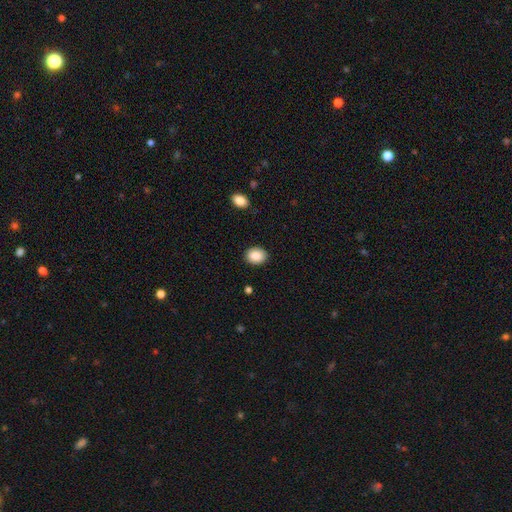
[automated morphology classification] A smooth galaxy with no disk features (88%) that is in between round and cigar-shaped (52%). Merging: none (90%).